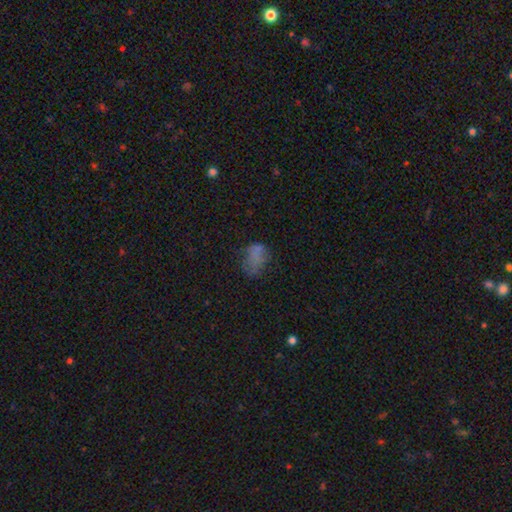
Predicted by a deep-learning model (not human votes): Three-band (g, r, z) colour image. It shows a smooth galaxy with no disk features (62%) that is in between round and cigar-shaped (76%). Merging: none (42%).